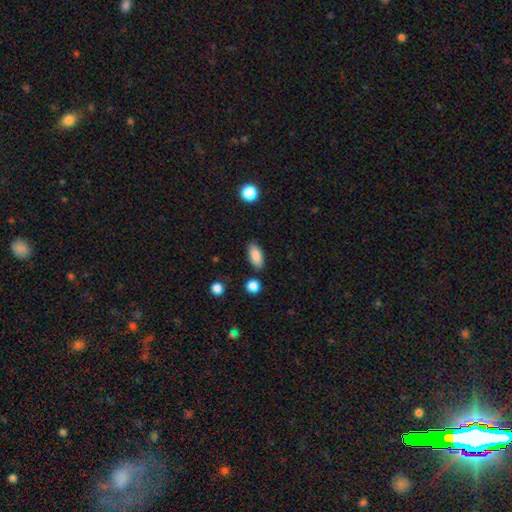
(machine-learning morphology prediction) Overall: smooth (87%). How rounded: in between (87%). Merging: none (85%).